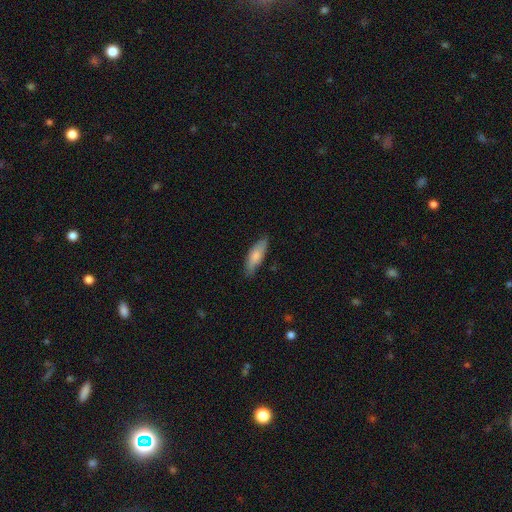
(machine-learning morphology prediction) Overall: smooth (75%). How rounded: in between (55%; cigar-shaped 43%). Merging: none (78%).